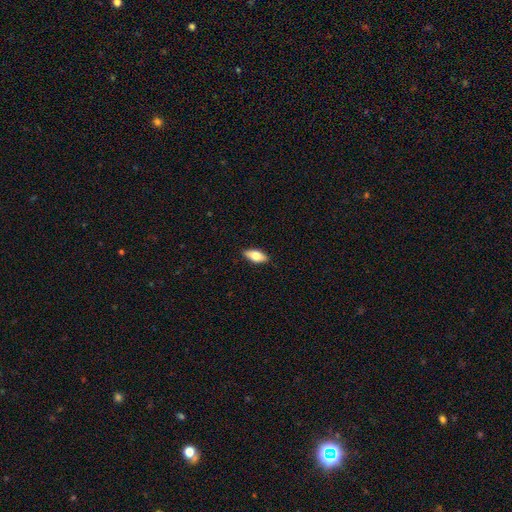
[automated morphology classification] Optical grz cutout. It shows a smooth galaxy with no disk features (73%) that is in between round and cigar-shaped (84%). Merging: none (89%).